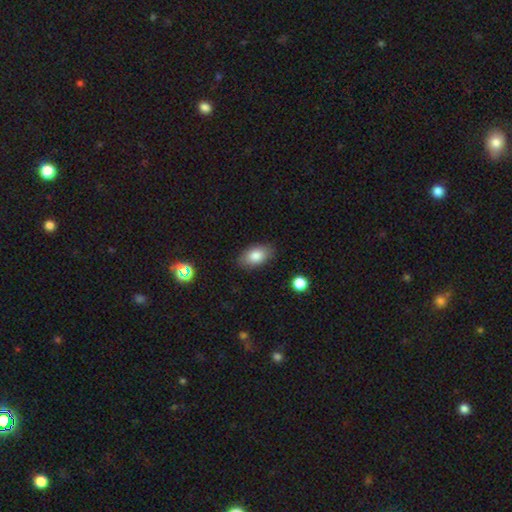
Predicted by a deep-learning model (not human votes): A smooth galaxy with no disk features (83%) that is in between round and cigar-shaped (91%). Merging: none (85%).